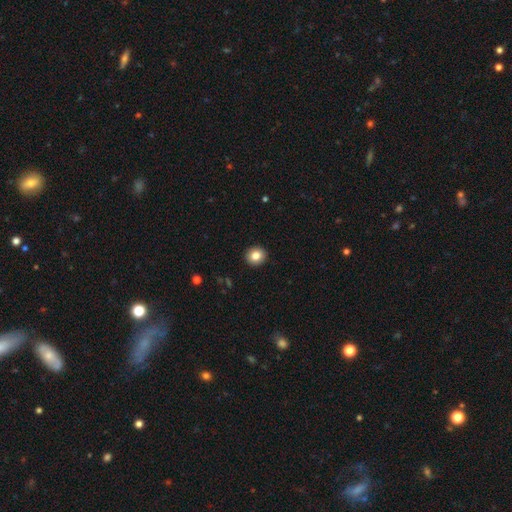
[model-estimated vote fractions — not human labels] This appears to be a smooth galaxy with no disk features (83%) that is round (86%). Merging: none (93%).